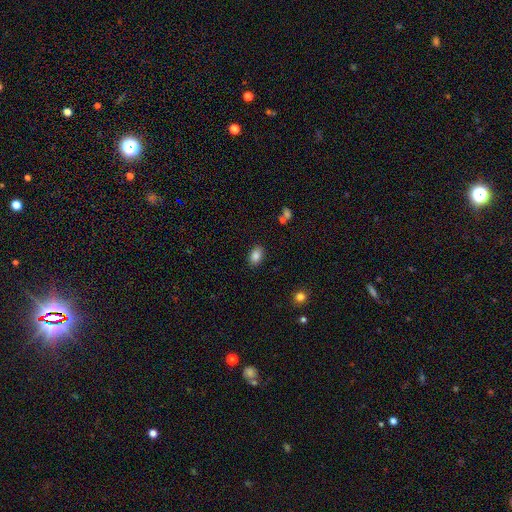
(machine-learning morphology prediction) Smooth or featured: smooth — 86% (star or artifact — 9%)
How rounded: in between — 86% (round — 13%)
Merging: none — 87% (minor disturbance — 9%)